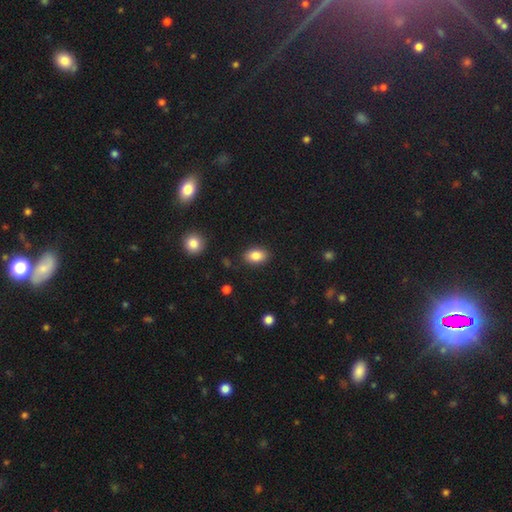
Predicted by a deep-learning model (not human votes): This appears to be a smooth galaxy with no disk features (85%) that is in between round and cigar-shaped (86%). Merging: none (87%).